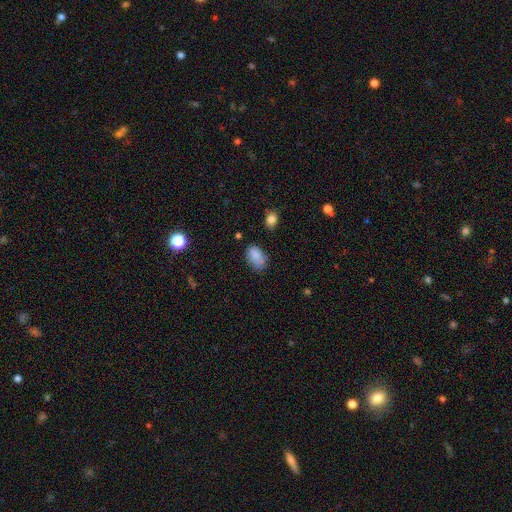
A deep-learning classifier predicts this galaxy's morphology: The model was most divided on "merging": none: 61%, minor disturbance: 27%, major disturbance: 8%, merger: 4%. More confident: how rounded — in between (86%); smooth or featured — smooth (81%).